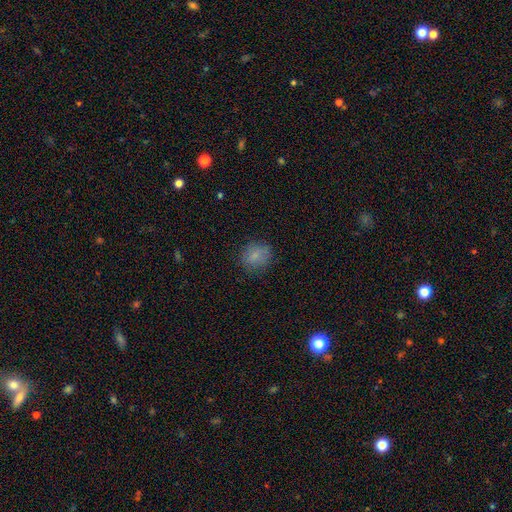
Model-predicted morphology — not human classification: Smooth or featured? Predicted: smooth (p=0.79). How rounded? Predicted: round (p=0.79). Merging? Predicted: none (p=0.79).